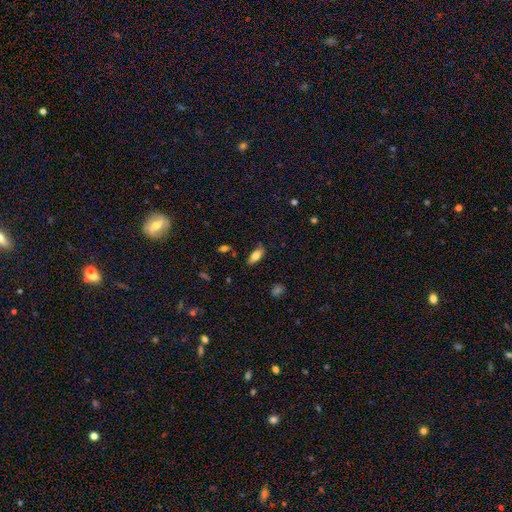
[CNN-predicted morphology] Overall: smooth (75%). How rounded: in between (80%). Merging: none (82%).